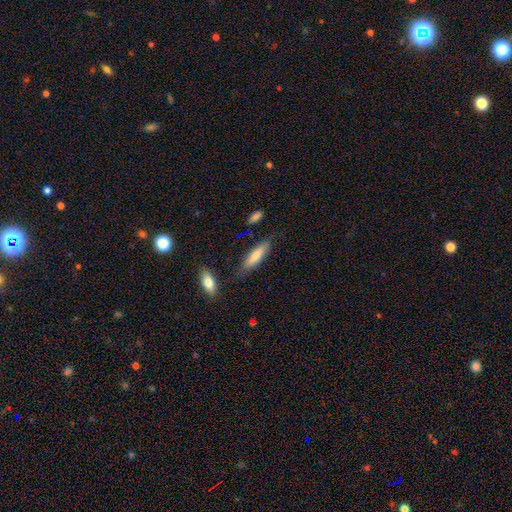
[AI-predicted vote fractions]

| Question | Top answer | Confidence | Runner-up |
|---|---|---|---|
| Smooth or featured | smooth | 75% | featured or disk (19%) |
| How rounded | cigar-shaped | 65% | in between (33%) |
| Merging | none | 76% | minor disturbance (17%) |